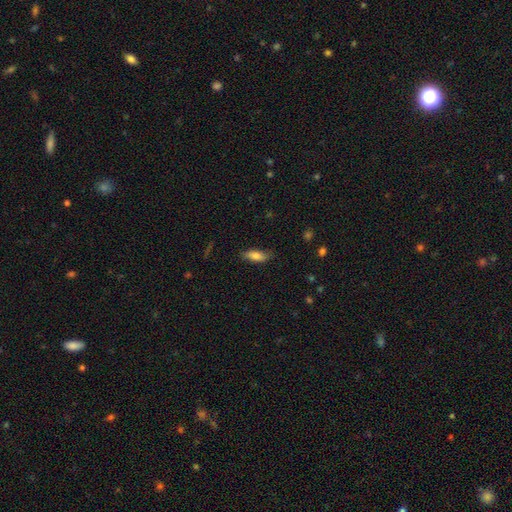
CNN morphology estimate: This is likely a smooth galaxy (77%). How rounded: likely in between (69%). Merging: likely none (78%).